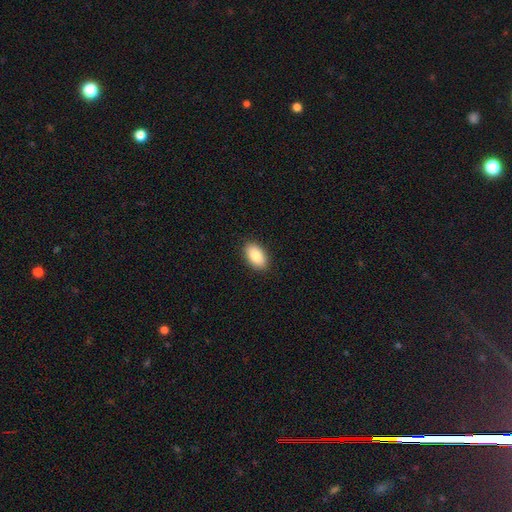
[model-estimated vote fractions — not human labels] Q: Smooth or featured?
A: smooth (85%); runner-up: featured or disk (8%)
Q: How rounded?
A: in between (94%); runner-up: round (4%)
Q: Merging?
A: none (90%); runner-up: minor disturbance (8%)